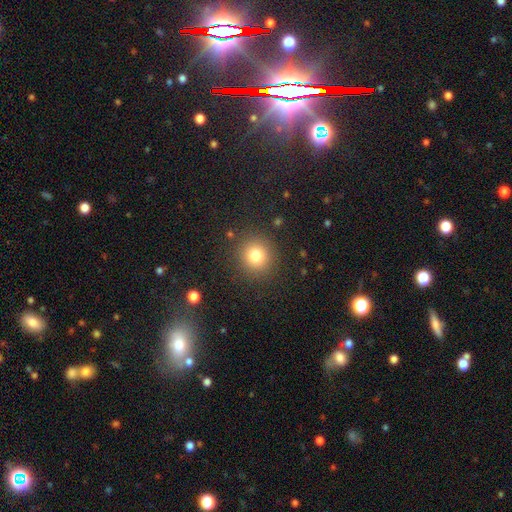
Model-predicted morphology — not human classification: Overall: smooth (79%). How rounded: round (91%). Merging: none (88%).